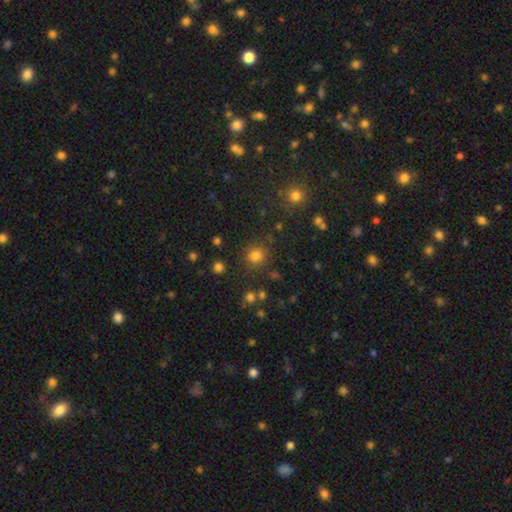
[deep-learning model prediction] Smooth or featured: smooth — 77% (star or artifact — 18%)
How rounded: round — 84% (in between — 15%)
Merging: none — 79% (minor disturbance — 11%)